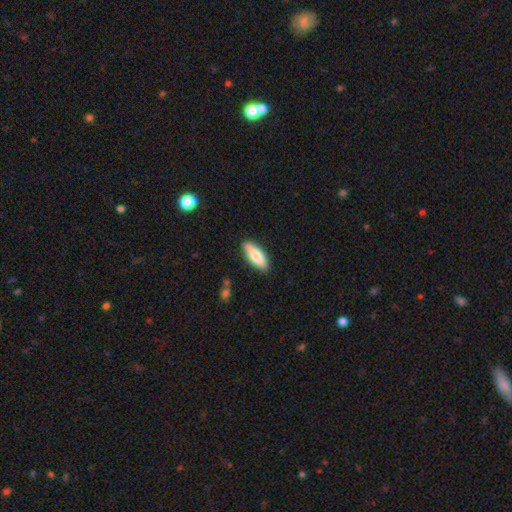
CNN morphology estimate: Overall: smooth (75%). How rounded: in between (67%; cigar-shaped 31%). Merging: none (87%).